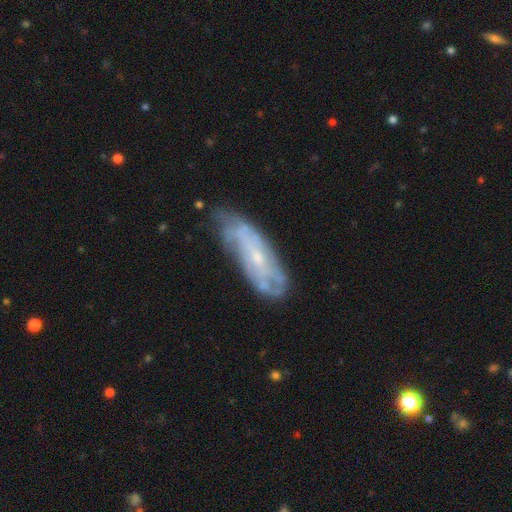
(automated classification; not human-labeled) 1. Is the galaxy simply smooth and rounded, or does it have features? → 70% featured or disk, 23% smooth, 7% star or artifact.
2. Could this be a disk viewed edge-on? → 83% no, 17% yes.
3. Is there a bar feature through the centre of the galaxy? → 65% no, 28% weak, 6% strong.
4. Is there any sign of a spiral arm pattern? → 72% yes, 28% no.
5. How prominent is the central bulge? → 71% small, 22% moderate, 5% none, 1% large, 1% dominant.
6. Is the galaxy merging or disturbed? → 59% none, 28% minor disturbance, 10% major disturbance, 3% merger.